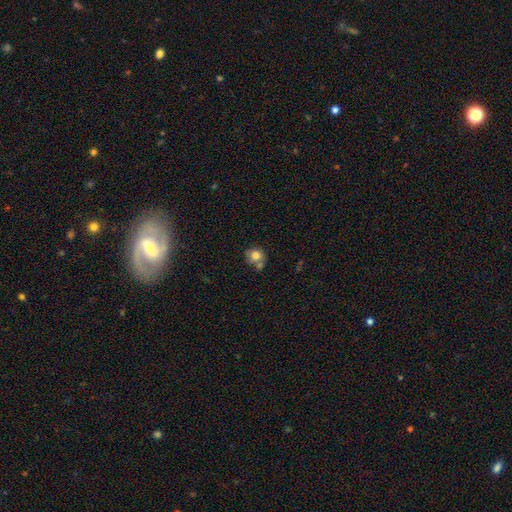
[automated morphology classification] This appears to be a smooth galaxy with no disk features (75%) that is round (77%). Merging: none (47%).